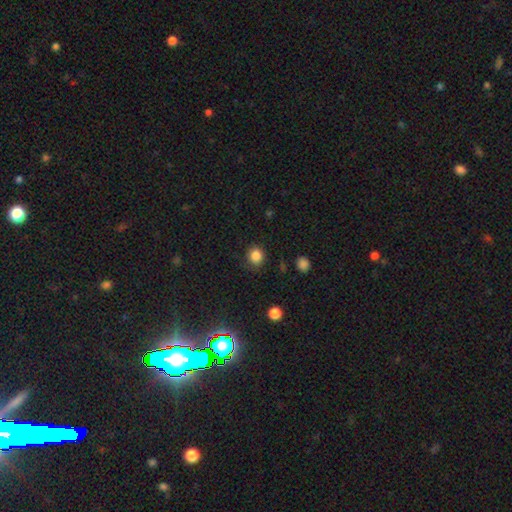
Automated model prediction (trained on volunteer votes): Smooth or featured?
  - smooth: 84% *
  - star or artifact: 12%
  - featured or disk: 4%
How rounded?
  - round: 83% *
  - in between: 16%
  - cigar-shaped: 1%
Merging?
  - none: 83% *
  - minor disturbance: 12%
  - major disturbance: 4%
  - merger: 2%